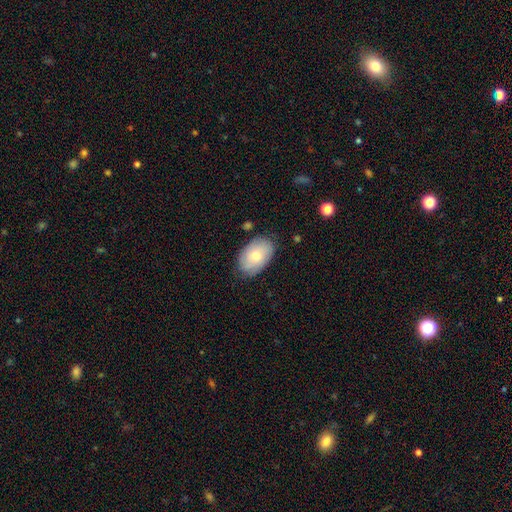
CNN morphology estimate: Smooth or featured? smooth (73%)
How rounded? in between (91%)
Merging? none (79%)